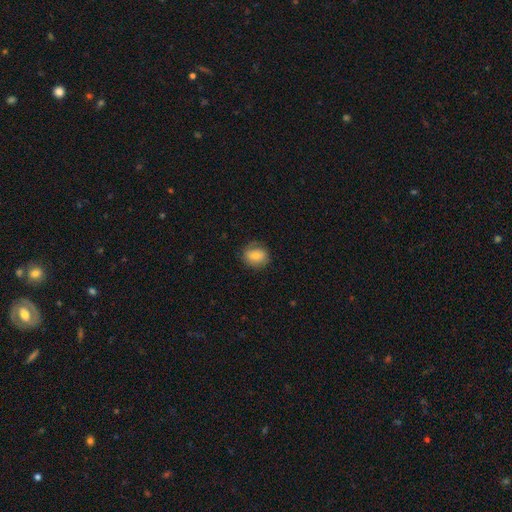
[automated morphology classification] smooth_or_featured: smooth (p=0.71) [alt: featured or disk p=0.21]
how_rounded: round (p=0.58) [alt: in between p=0.41]
merging: none (p=0.72) [alt: minor disturbance p=0.20]